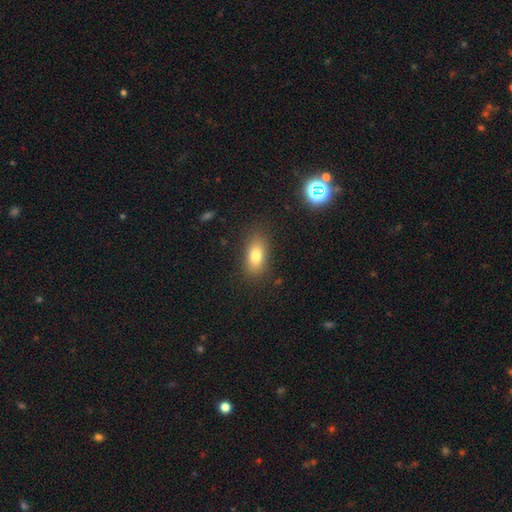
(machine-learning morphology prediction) smooth-or-featured: smooth: 79% | featured or disk: 12% | star or artifact: 10%
  how-rounded: in between: 85% | round: 9% | cigar-shaped: 6%
  merging: none: 83% | minor disturbance: 12% | major disturbance: 4% | merger: 1%